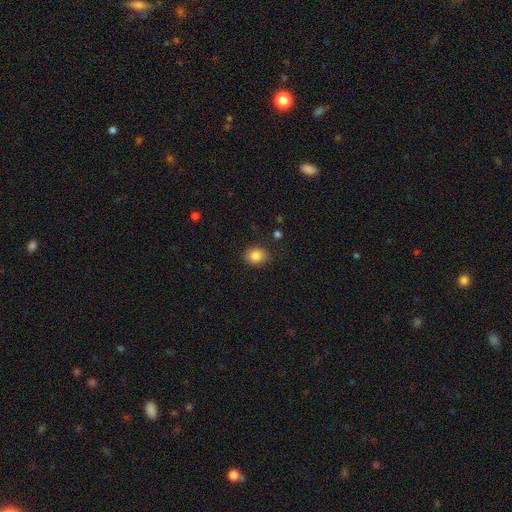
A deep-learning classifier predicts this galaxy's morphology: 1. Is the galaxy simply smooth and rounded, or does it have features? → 85% smooth, 10% star or artifact, 6% featured or disk.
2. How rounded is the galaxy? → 57% round, 42% in between, 1% cigar-shaped.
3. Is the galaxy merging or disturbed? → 86% none, 10% minor disturbance, 2% major disturbance, 1% merger.